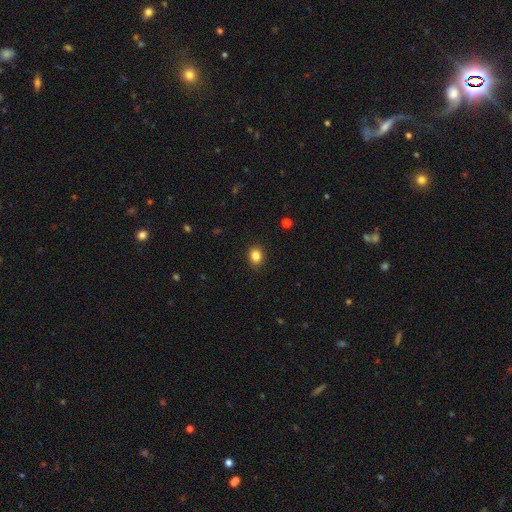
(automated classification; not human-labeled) smooth_or_featured: smooth (p=0.85) [alt: star or artifact p=0.11]
how_rounded: round (p=0.65) [alt: in between p=0.34]
merging: none (p=0.90) [alt: minor disturbance p=0.07]